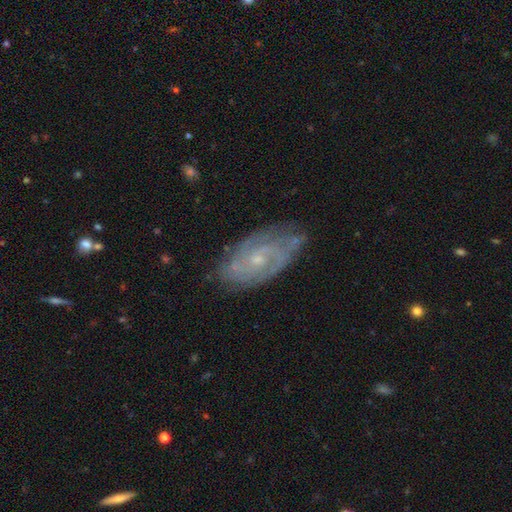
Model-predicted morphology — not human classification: Overall: featured or disk (77%). Edge-on disk: no (94%). Bar: no (63%; weak 32%). Spiral arms: yes (91%). Spiral arm count: 2 (44%; can't tell 31%). Spiral winding: tight (56%; medium 35%). Bulge size: small (67%). Merging: none (75%).